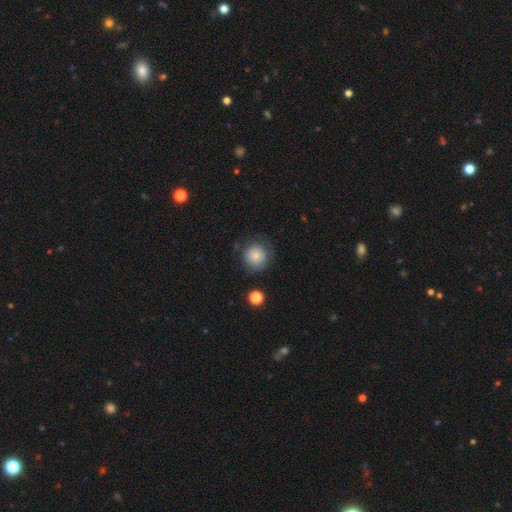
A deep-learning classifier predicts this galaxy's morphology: Overall: smooth (83%). How rounded: round (92%). Merging: none (75%).